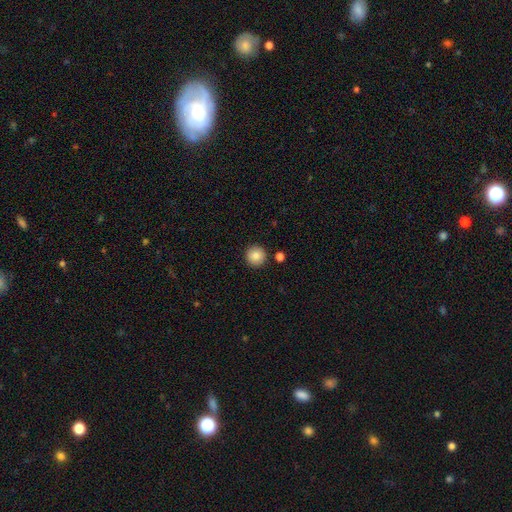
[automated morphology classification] smooth 86%, star or artifact 9%, featured or disk 5%. Down the decision tree: how rounded — round (96%); merging — none (90%).